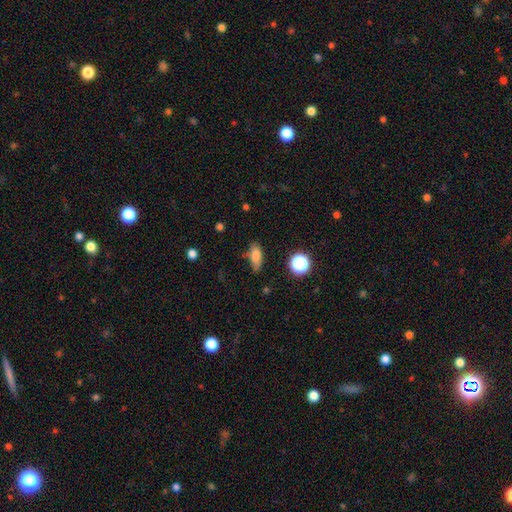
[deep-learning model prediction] This is likely a smooth galaxy (79%). How rounded: likely in between (73%). Merging: likely none (68%).